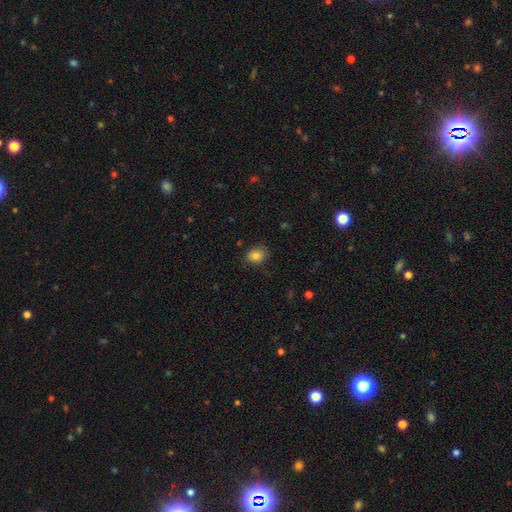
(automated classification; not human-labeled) smooth 81%, featured or disk 10%, star or artifact 9%. Down the decision tree: how rounded — in between (55%); merging — none (76%).